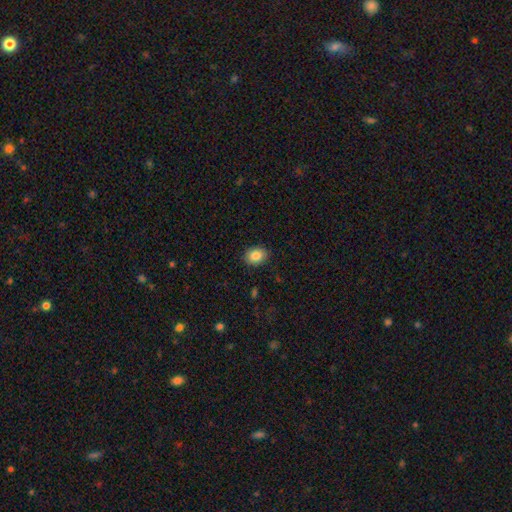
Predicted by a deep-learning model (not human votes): A smooth galaxy with no disk features (86%) that is in between round and cigar-shaped (68%). Merging: none (89%).